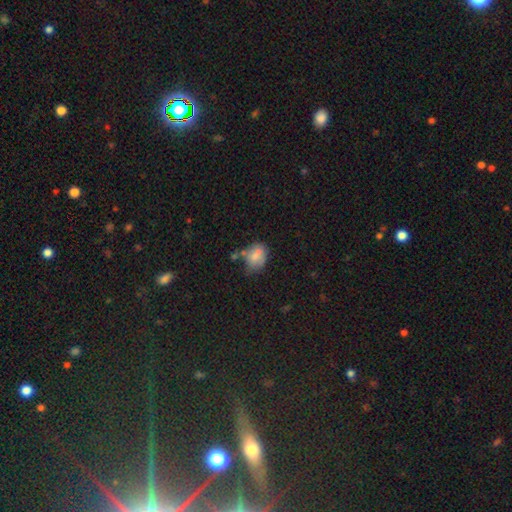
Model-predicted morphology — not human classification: A smooth galaxy with no disk features (74%) that is in between round and cigar-shaped (64%). Merging: none (44%).